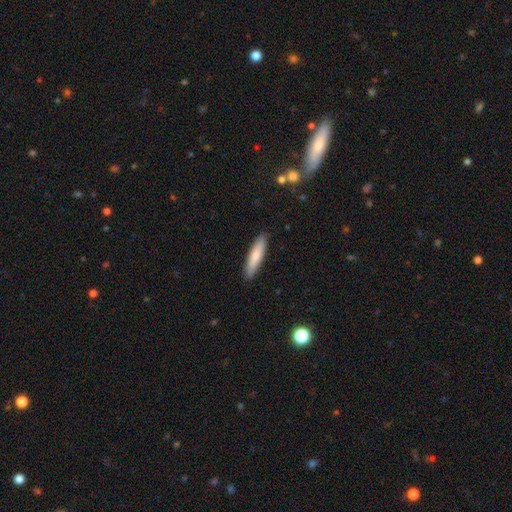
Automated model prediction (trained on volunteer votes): Smooth or featured? smooth (78%)
How rounded? cigar-shaped (79%)
Merging? none (90%)